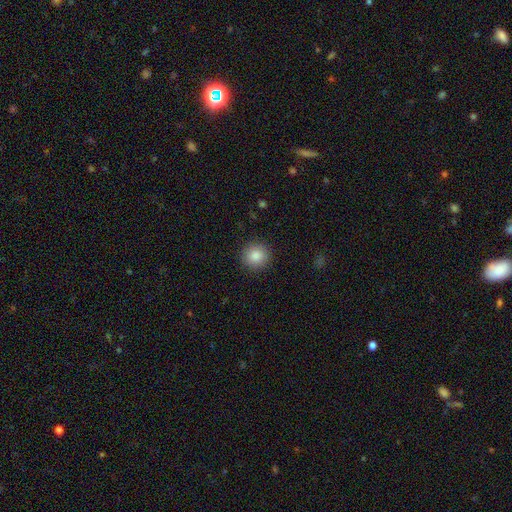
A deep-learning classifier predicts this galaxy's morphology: Overall: smooth (86%). How rounded: round (93%). Merging: none (91%).